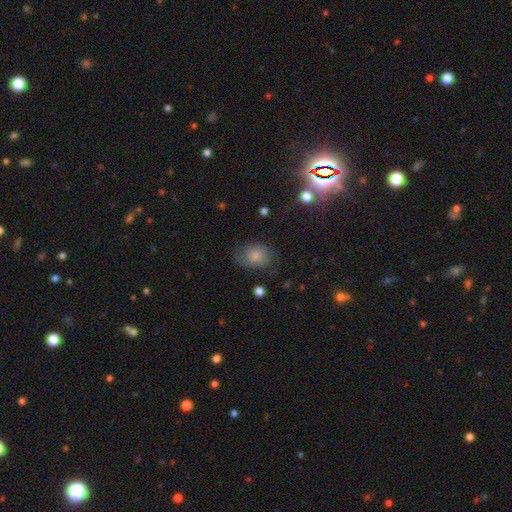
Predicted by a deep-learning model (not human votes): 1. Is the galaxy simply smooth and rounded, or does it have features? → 73% smooth, 18% featured or disk, 9% star or artifact.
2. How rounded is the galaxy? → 65% in between, 34% round, 1% cigar-shaped.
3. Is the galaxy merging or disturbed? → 62% none, 25% minor disturbance, 11% major disturbance, 2% merger.